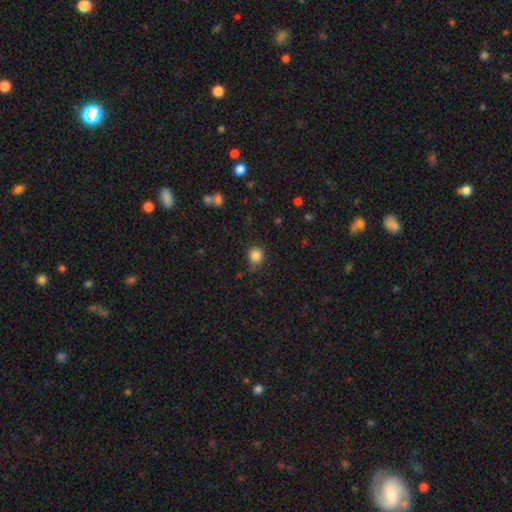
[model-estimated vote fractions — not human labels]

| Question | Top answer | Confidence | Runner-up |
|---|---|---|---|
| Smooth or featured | smooth | 84% | star or artifact (11%) |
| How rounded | round | 84% | in between (15%) |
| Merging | none | 75% | minor disturbance (18%) |